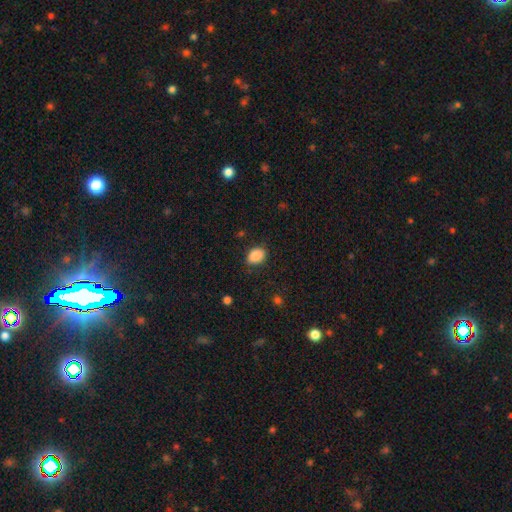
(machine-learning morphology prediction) Overall: smooth (88%). How rounded: in between (74%). Merging: none (81%).